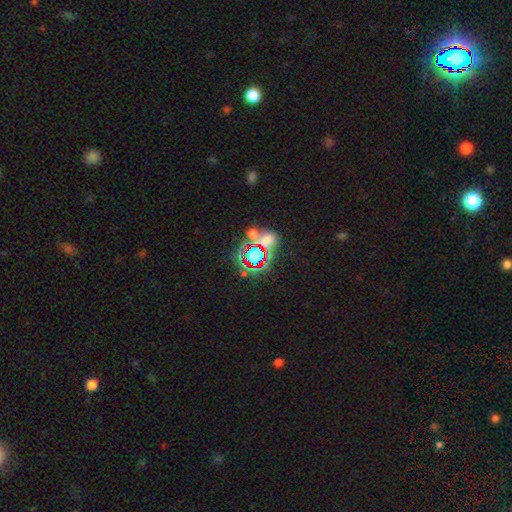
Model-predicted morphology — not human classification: star or artifact 62%, smooth 26%, featured or disk 12%.